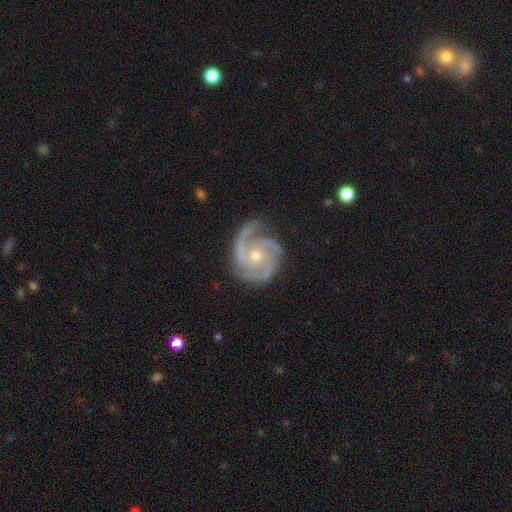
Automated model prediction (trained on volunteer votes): A featured or disk galaxy (93%) with no bar (73%), 3 (57%) tight (53%) spiral arms (98%) and a small central bulge (51%).

Vote fractions:
- Smooth or featured? featured or disk: 93% / star or artifact: 4% / smooth: 4%
- Edge-on disk? no: 98% / yes: 2%
- Bar? no: 73% / weak: 22% / strong: 6%
- Spiral arms? yes: 98% / no: 2%
- Spiral winding? tight: 53% / medium: 41% / loose: 6%
- Spiral arm count? 3: 57% / 2: 25% / can't tell: 6% / 4: 5% / 1: 4% / more than 4: 4%
- Bulge size? small: 51% / moderate: 47% / large: 1% / none: 1% / dominant: 1%
- Merging? none: 73% / minor disturbance: 19% / major disturbance: 7% / merger: 1%